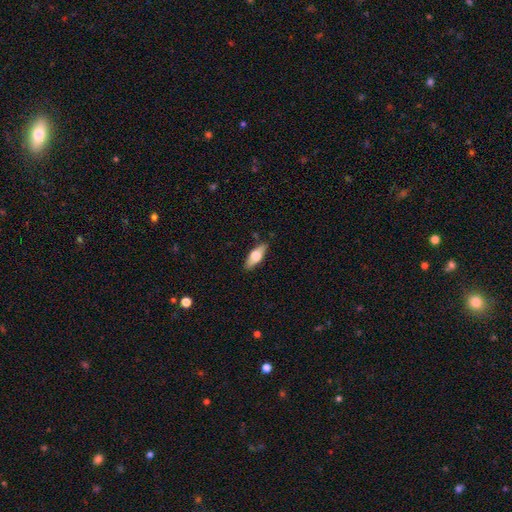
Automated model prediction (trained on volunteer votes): Q: Smooth or featured?
A: smooth (60%); runner-up: featured or disk (34%)
Q: How rounded?
A: in between (69%); runner-up: cigar-shaped (28%)
Q: Merging?
A: none (85%); runner-up: minor disturbance (11%)